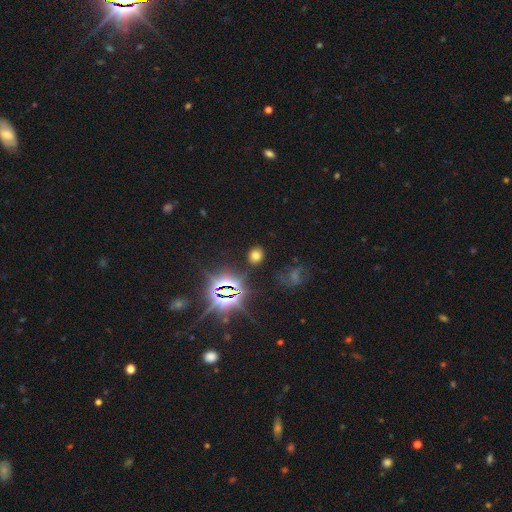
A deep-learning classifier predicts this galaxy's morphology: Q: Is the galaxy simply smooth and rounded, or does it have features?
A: smooth — 60%.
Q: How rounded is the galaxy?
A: round — 65%.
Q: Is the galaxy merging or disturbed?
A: none — 85%.